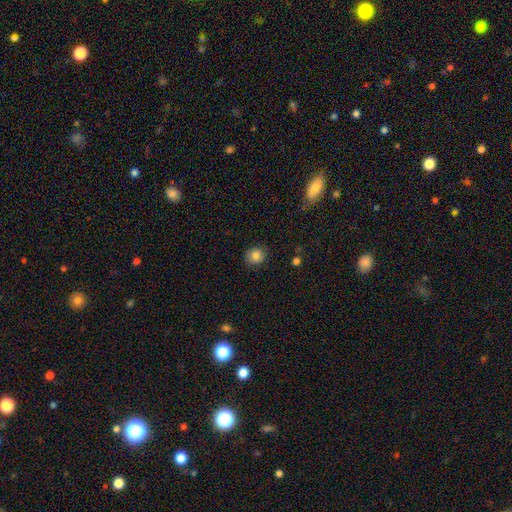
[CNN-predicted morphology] smooth 82%, star or artifact 10%, featured or disk 8%. Down the decision tree: how rounded — round (78%); merging — none (85%).